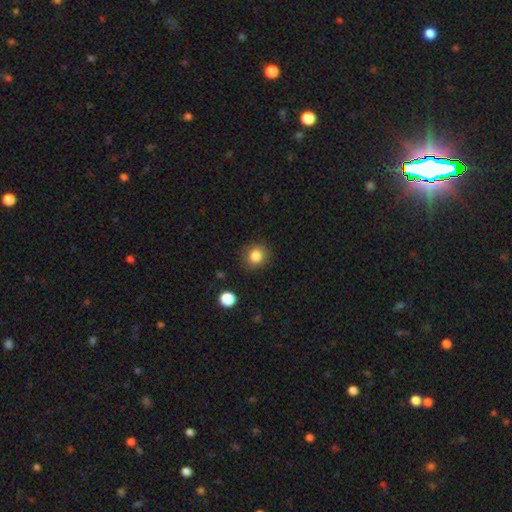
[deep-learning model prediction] Q: Smooth or featured?
A: smooth (84%); runner-up: star or artifact (11%)
Q: How rounded?
A: round (82%); runner-up: in between (17%)
Q: Merging?
A: none (88%); runner-up: minor disturbance (8%)